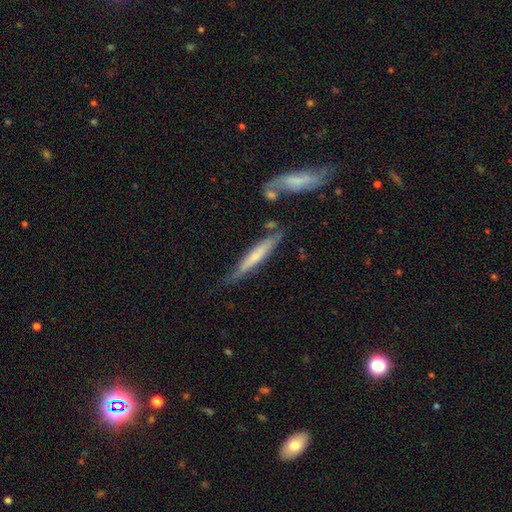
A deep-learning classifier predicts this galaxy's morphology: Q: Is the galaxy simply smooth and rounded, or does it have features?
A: smooth — 49%.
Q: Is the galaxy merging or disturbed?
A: none — 69%.